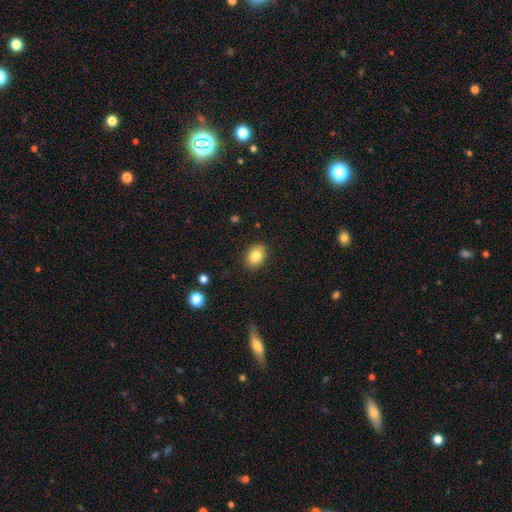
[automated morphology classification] smooth 84%, star or artifact 9%, featured or disk 8%. Down the decision tree: how rounded — in between (61%); merging — none (88%).